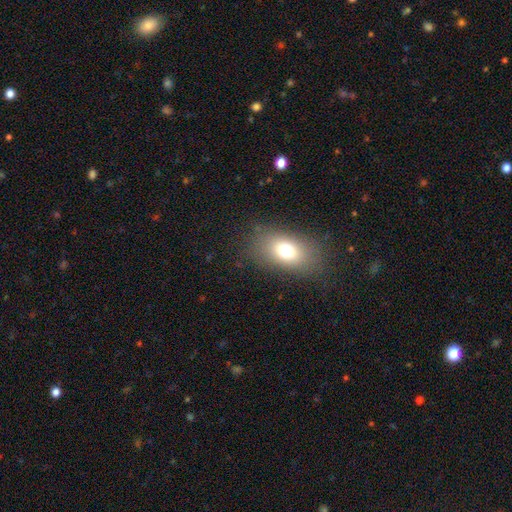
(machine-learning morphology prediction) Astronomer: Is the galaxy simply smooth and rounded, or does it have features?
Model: smooth — 73%.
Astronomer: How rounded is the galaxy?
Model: in between — 83%.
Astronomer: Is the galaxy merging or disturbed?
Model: none — 86%.